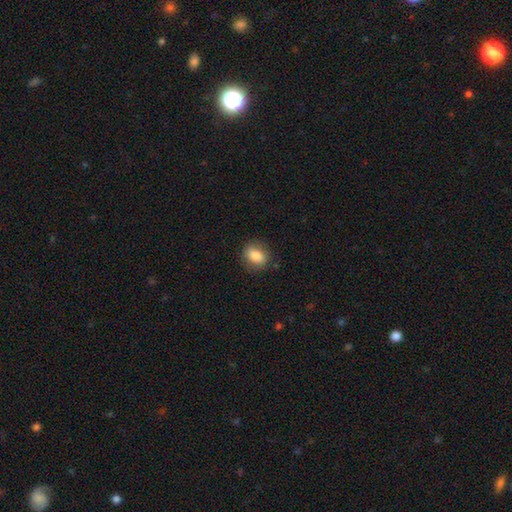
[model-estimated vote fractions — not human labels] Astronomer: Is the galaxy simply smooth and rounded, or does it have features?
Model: smooth — 84%.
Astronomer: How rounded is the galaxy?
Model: in between — 63%.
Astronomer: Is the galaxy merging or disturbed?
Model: none — 83%.